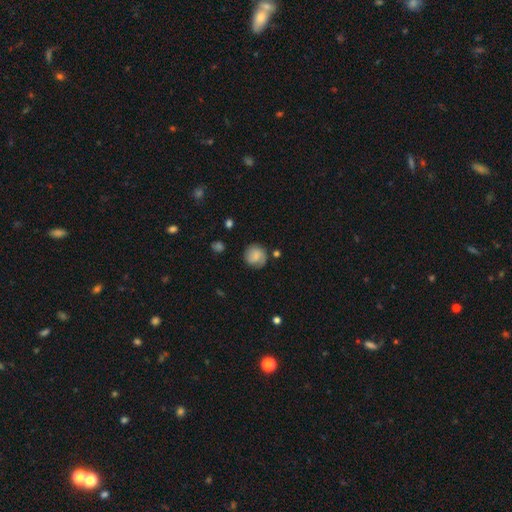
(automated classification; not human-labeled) Q: Smooth or featured?
A: smooth (68%); runner-up: featured or disk (23%)
Q: How rounded?
A: round (87%); runner-up: in between (12%)
Q: Merging?
A: none (71%); runner-up: minor disturbance (19%)